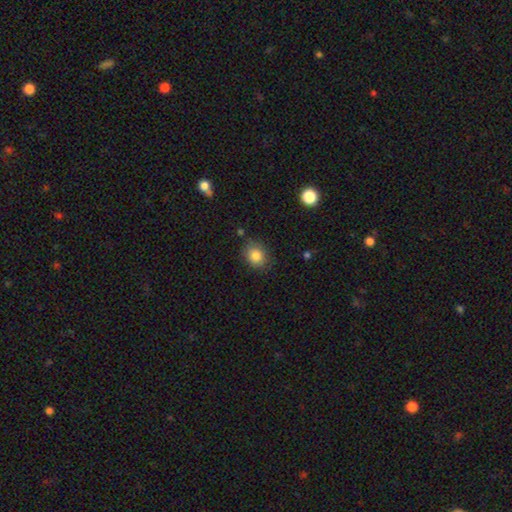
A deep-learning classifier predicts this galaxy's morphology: type=smooth (83%); roundness=round (59%); merging=none (80%).